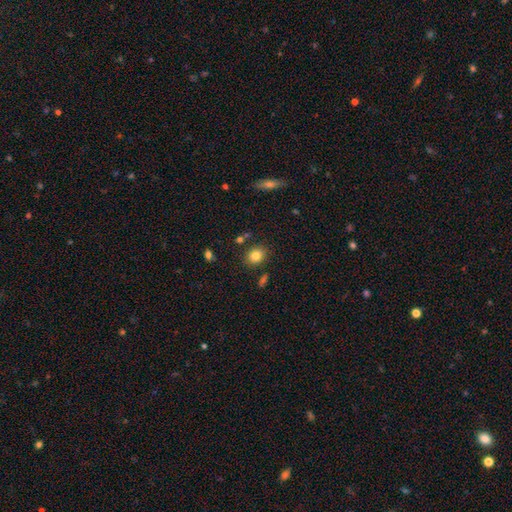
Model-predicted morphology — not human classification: Smooth or featured: smooth — 82% (star or artifact — 10%)
How rounded: round — 57% (in between — 42%)
Merging: none — 82% (minor disturbance — 11%)